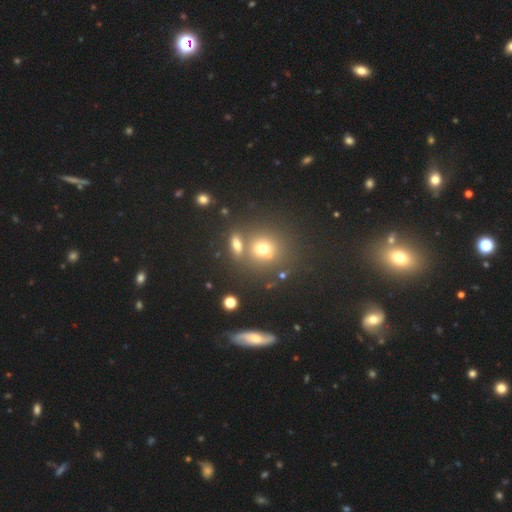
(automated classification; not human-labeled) smooth-or-featured: smooth: 45% (tied) | star or artifact: 45% (tied) | featured or disk: 10%
  merging: none: 72% | merger: 15% | minor disturbance: 8% | major disturbance: 4%